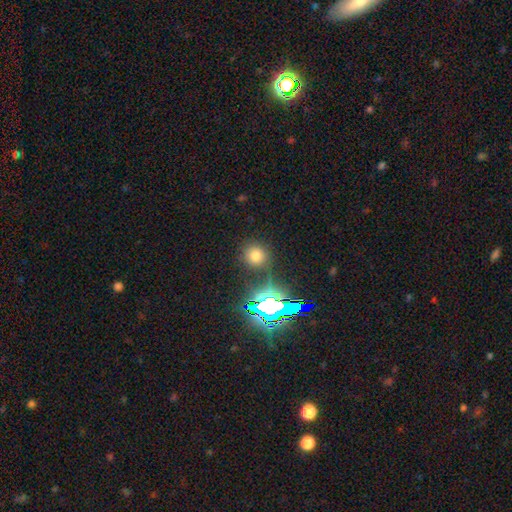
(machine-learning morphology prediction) Smooth or featured? Predicted: smooth (p=0.67). How rounded? Predicted: round (p=0.89). Merging? Predicted: none (p=0.83).